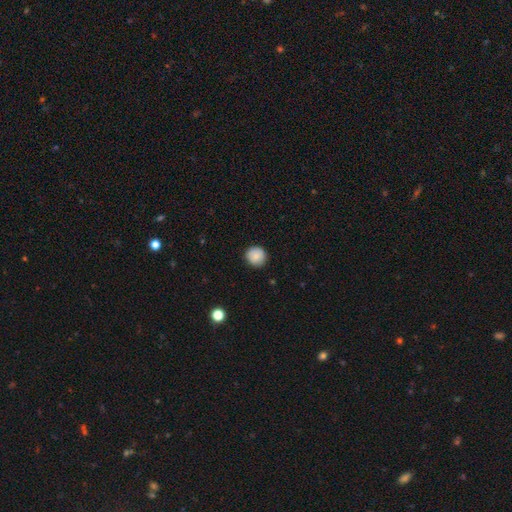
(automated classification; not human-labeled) Smooth or featured?
  - smooth: 85% *
  - star or artifact: 8%
  - featured or disk: 7%
How rounded?
  - round: 95% *
  - in between: 5%
  - cigar-shaped: 1%
Merging?
  - none: 90% *
  - minor disturbance: 7%
  - major disturbance: 2%
  - merger: 1%